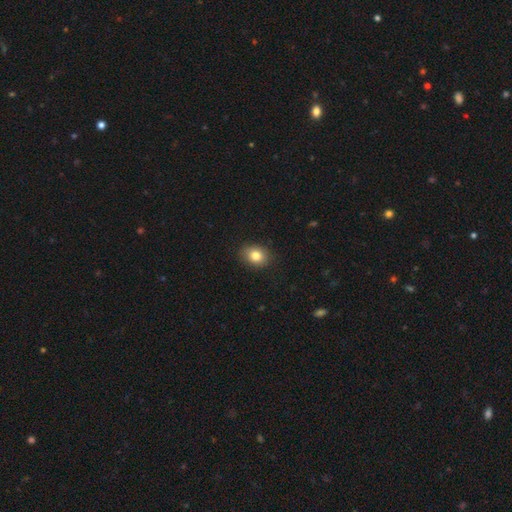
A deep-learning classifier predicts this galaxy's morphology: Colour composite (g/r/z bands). It shows a smooth galaxy with no disk features (82%) that is in between round and cigar-shaped (50%). Merging: none (87%).